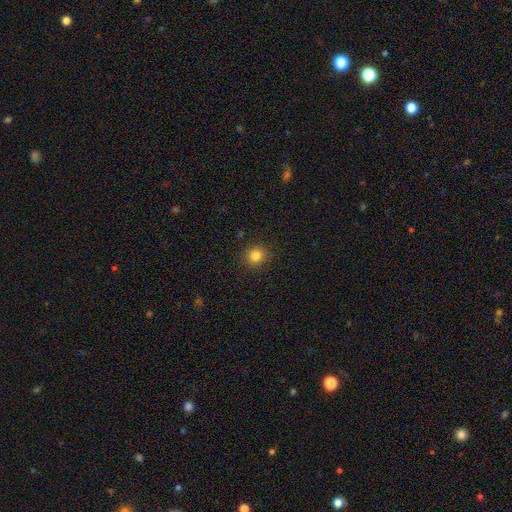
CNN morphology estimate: Smooth or featured? smooth (82%)
How rounded? round (86%)
Merging? none (90%)